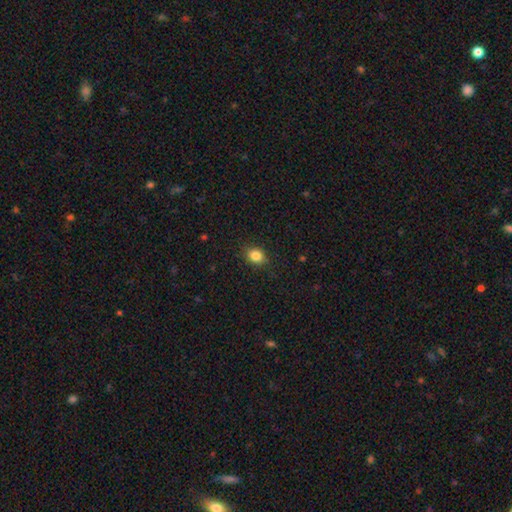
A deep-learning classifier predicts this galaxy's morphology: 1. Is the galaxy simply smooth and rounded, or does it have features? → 84% smooth, 11% star or artifact, 5% featured or disk.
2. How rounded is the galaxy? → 52% round, 47% in between, 1% cigar-shaped.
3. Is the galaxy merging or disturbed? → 86% none, 11% minor disturbance, 3% major disturbance, 1% merger.